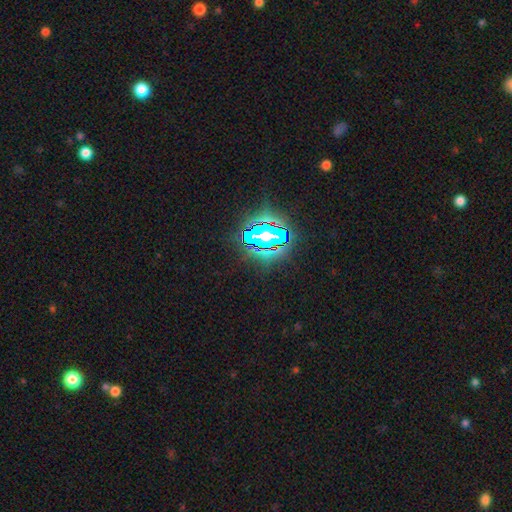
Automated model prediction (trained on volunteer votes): This is clearly a star or artifact rather than a galaxy (85%).